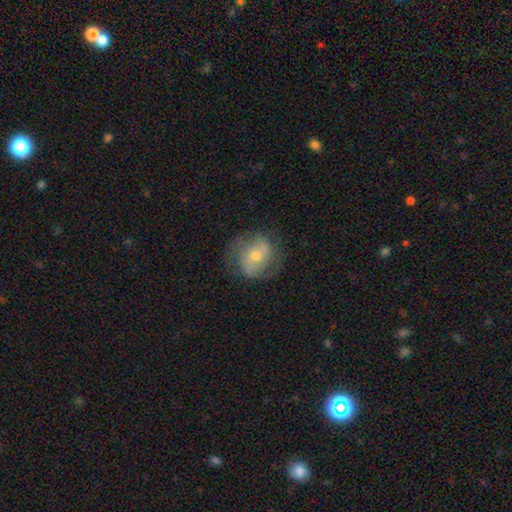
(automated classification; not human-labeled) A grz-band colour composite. It shows a featured or disk galaxy (61%) with no bar (48%), spiral arms (78%) and a moderate central bulge (55%). Merging: none (72%).